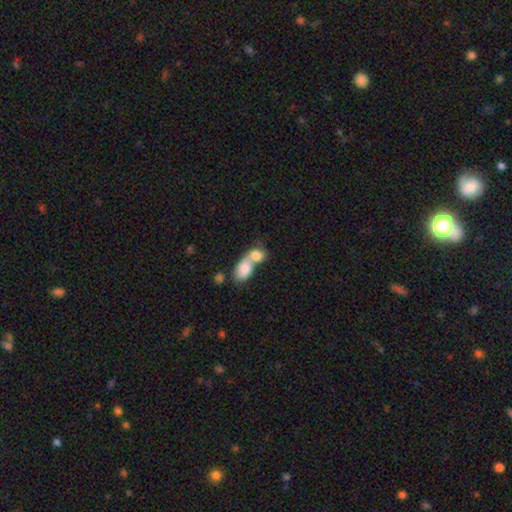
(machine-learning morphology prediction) The model was most divided on "how rounded": in between: 68%, round: 29%, cigar-shaped: 3%. More confident: smooth or featured — smooth (80%); merging — merger (76%).